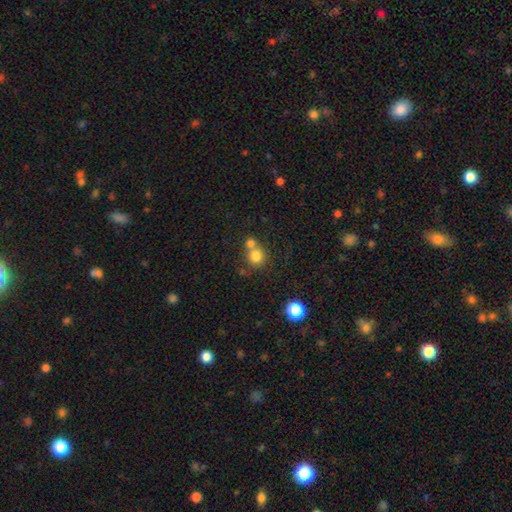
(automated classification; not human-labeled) Smooth or featured? Predicted: smooth (p=0.79). How rounded? Predicted: round (p=0.88). Merging? Predicted: none (p=0.48).